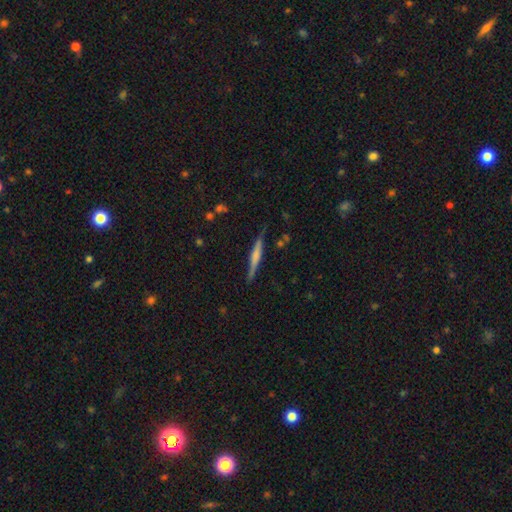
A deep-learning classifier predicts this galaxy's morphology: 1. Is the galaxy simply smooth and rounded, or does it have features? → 61% featured or disk, 33% smooth, 6% star or artifact.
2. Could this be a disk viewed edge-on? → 97% yes, 3% no.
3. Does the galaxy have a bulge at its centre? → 46% rounded, 29% boxy, 25% none.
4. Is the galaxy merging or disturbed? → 85% none, 11% minor disturbance, 2% major disturbance, 2% merger.